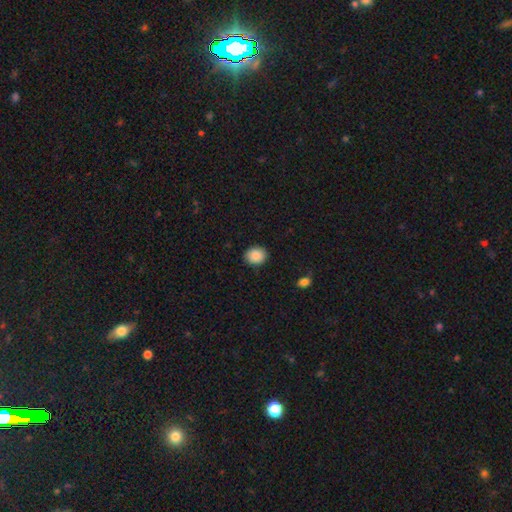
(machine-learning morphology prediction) type=smooth (89%); roundness=round (65%); merging=none (89%).